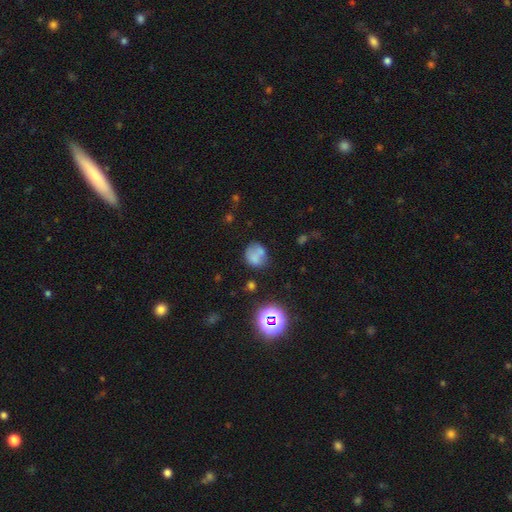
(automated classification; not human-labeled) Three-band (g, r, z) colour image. It shows a smooth galaxy with no disk features (65%) that is round (70%). Merging: none (46%).